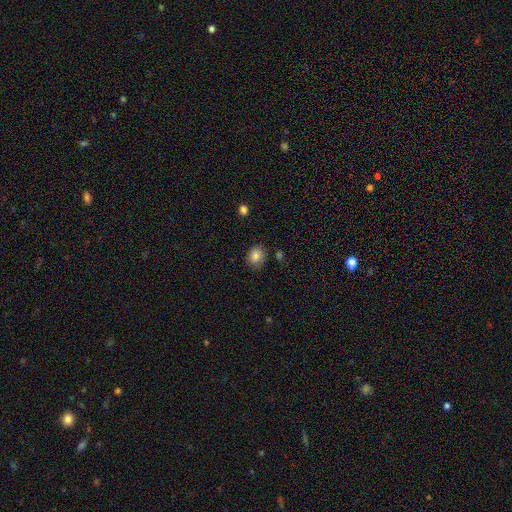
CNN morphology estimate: smooth-or-featured: smooth: 83% | star or artifact: 10% | featured or disk: 7%
  how-rounded: round: 53% | in between: 46% | cigar-shaped: 1%
  merging: none: 78% | minor disturbance: 15% | major disturbance: 3% | merger: 3%